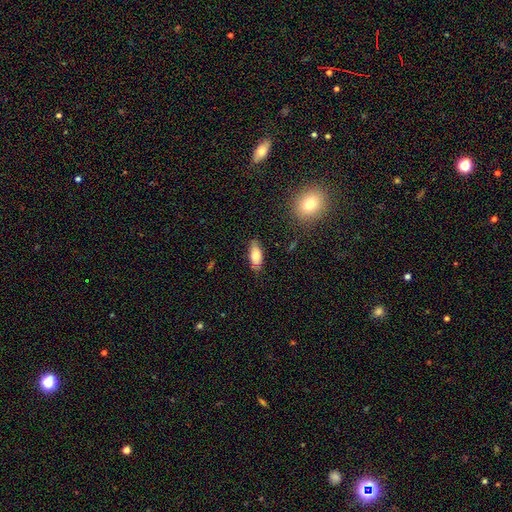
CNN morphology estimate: Smooth or featured: smooth — 76% (featured or disk — 16%)
How rounded: in between — 84% (cigar-shaped — 13%)
Merging: none — 79% (minor disturbance — 16%)